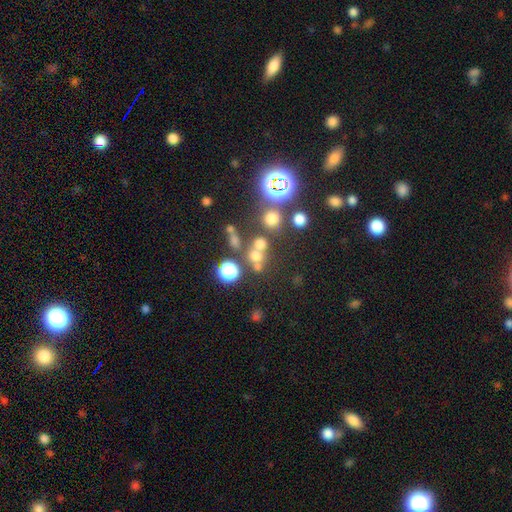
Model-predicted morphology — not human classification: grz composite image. It shows a smooth galaxy with no disk features (59%) that is round (83%). Merging: none (53%).